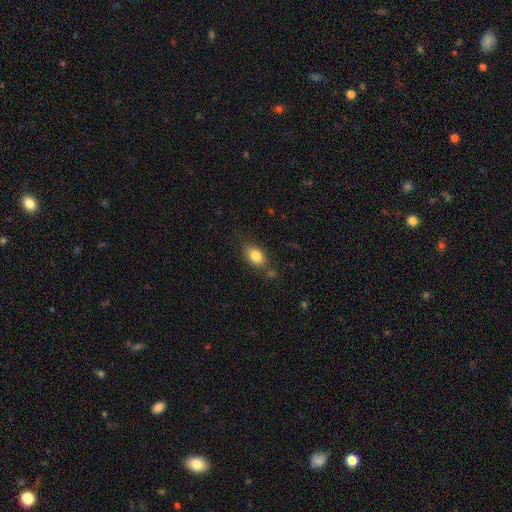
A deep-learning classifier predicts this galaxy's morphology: smooth_or_featured: smooth (p=0.83) [alt: featured or disk p=0.09]
how_rounded: in between (p=0.83) [alt: round p=0.15]
merging: none (p=0.73) [alt: minor disturbance p=0.16]